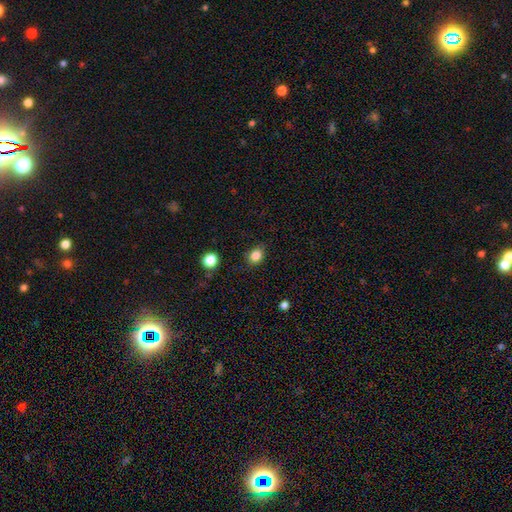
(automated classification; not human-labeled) Smooth or featured? smooth (84%)
How rounded? in between (50%)
Merging? none (82%)